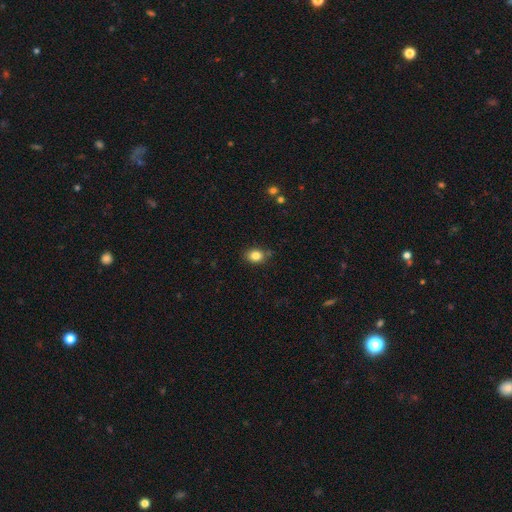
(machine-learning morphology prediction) Overall: smooth (84%). How rounded: in between (50%; round 49%). Merging: none (81%).